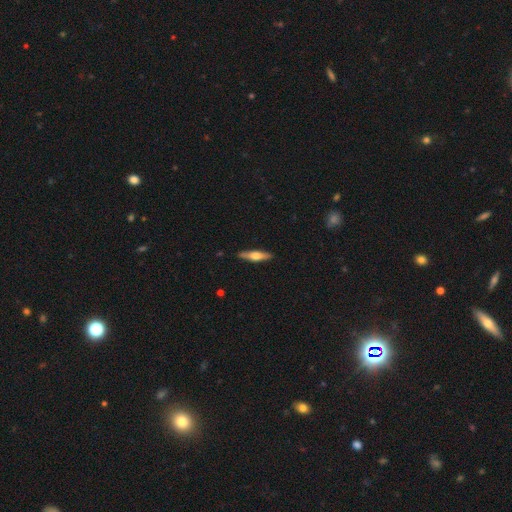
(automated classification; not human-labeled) This is possibly a featured or disk galaxy (51%). It is clearly viewed edge-on (94%). Merging: clearly none (89%).